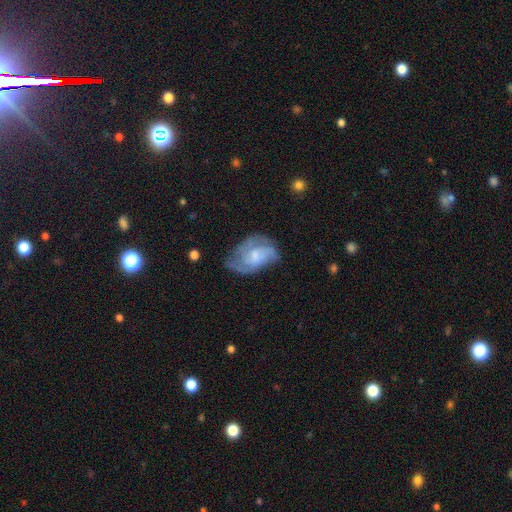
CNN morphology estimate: Smooth or featured: featured or disk — 63% (smooth — 29%)
Edge-on disk: no — 97% (yes — 3%)
Bar: no — 67% (weak — 29%)
Spiral arms: yes — 78% (no — 22%)
Bulge size: small — 44% (moderate — 37%)
Merging: none — 46% (minor disturbance — 30%)